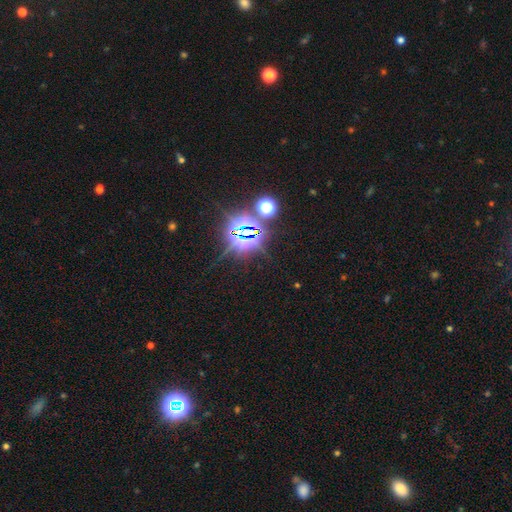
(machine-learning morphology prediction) type=star or artifact (82%).